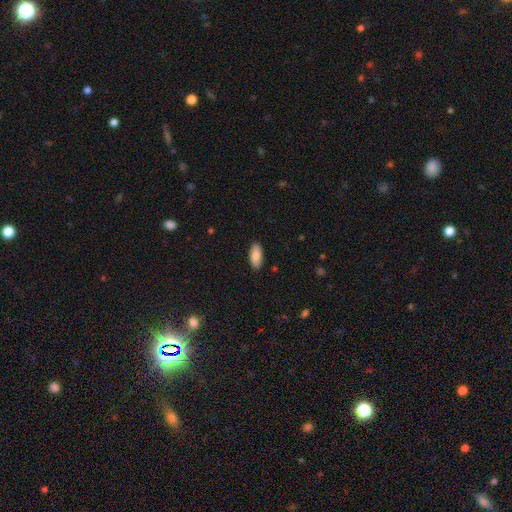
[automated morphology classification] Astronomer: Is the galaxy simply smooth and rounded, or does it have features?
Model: smooth — 87%.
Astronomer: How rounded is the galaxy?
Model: in between — 84%.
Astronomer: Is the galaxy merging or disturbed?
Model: none — 89%.